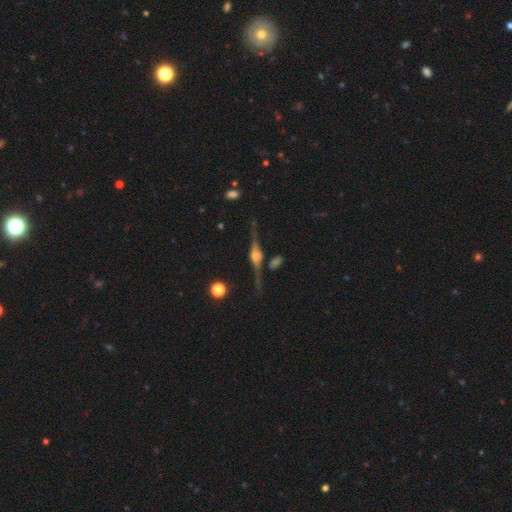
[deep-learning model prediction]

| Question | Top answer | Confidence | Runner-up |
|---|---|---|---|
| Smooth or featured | featured or disk | 87% | smooth (6%) |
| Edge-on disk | yes | 96% | no (4%) |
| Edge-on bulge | rounded | 86% | boxy (12%) |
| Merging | none | 80% | minor disturbance (13%) |